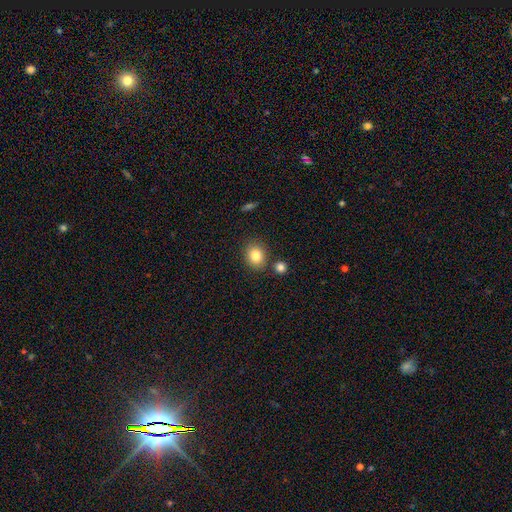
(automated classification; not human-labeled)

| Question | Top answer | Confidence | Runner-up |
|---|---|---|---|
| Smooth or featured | smooth | 83% | star or artifact (10%) |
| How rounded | round | 70% | in between (29%) |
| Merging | none | 80% | minor disturbance (10%) |